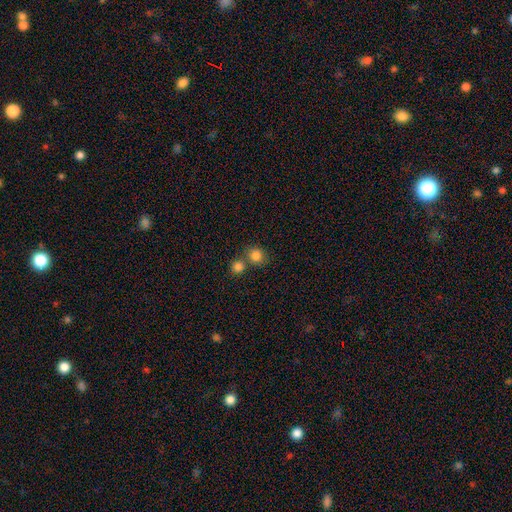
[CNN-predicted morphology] This is clearly a smooth galaxy (82%). How rounded: clearly round (85%). Merging: possibly none (56%).